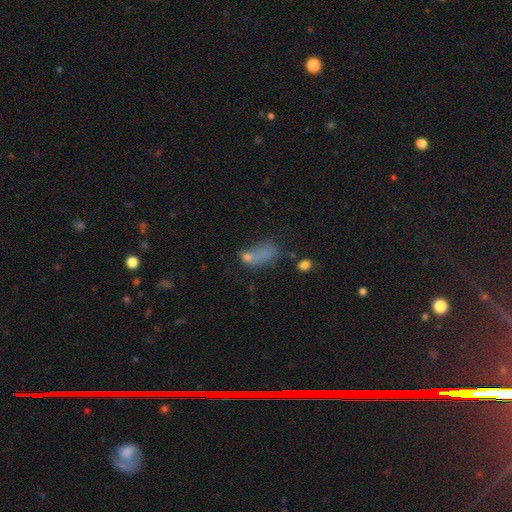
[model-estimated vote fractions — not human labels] This is likely a smooth galaxy (62%). How rounded: likely in between (77%). Merging: marginally major disturbance (34%).